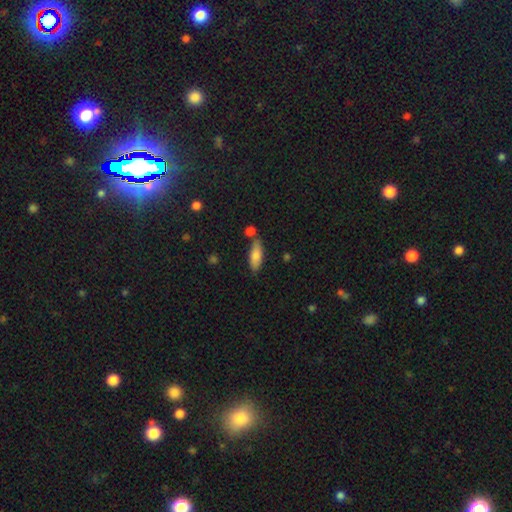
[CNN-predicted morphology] smooth_or_featured: smooth (p=0.80) [alt: featured or disk p=0.13]
how_rounded: in between (p=0.64) [alt: cigar-shaped p=0.33]
merging: none (p=0.69) [alt: minor disturbance p=0.15]